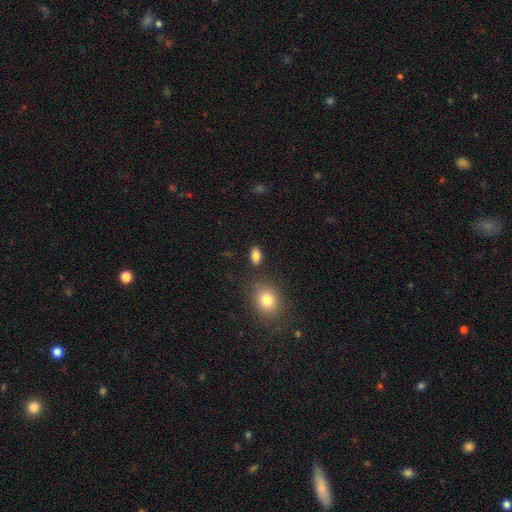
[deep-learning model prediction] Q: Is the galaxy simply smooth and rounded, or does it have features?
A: smooth — 84%.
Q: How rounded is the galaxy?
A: in between — 86%.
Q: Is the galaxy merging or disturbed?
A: none — 84%.